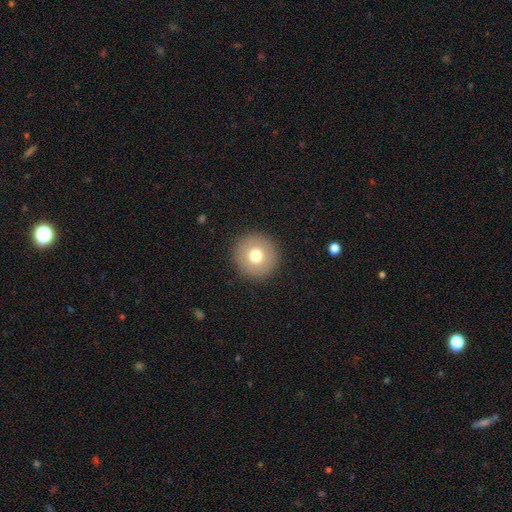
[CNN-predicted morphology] smooth-or-featured: smooth: 72% | featured or disk: 17% | star or artifact: 11%
  how-rounded: round: 96% | in between: 3% | cigar-shaped: 1%
  merging: none: 92% | minor disturbance: 5% | major disturbance: 2% | merger: 1%